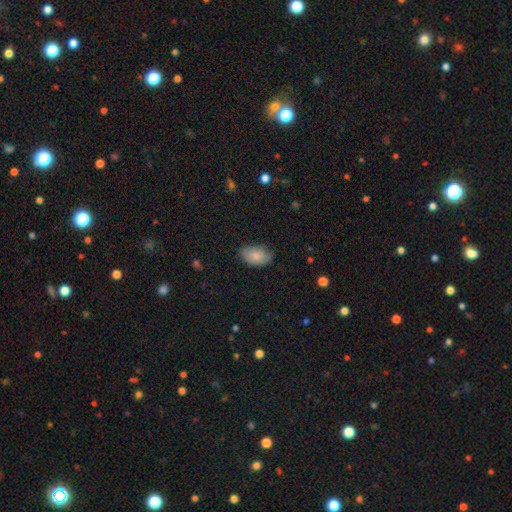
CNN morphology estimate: Smooth or featured? Predicted: smooth (p=0.84). How rounded? Predicted: in between (p=0.92). Merging? Predicted: none (p=0.72).